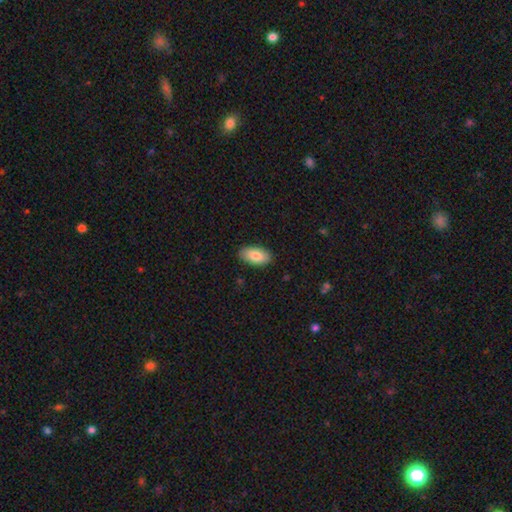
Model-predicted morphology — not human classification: Smooth or featured? smooth (83%)
How rounded? in between (95%)
Merging? none (88%)